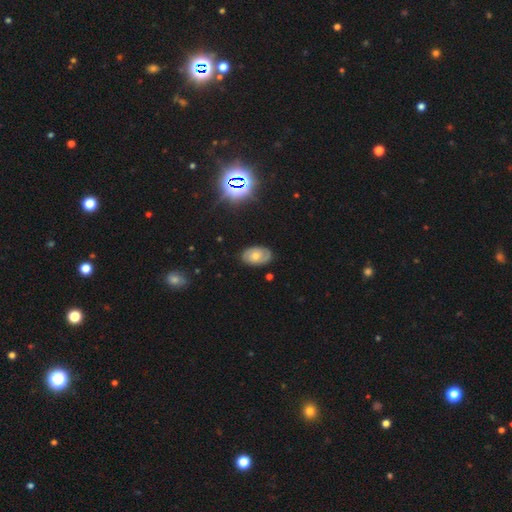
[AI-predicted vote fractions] Smooth or featured?
  - featured or disk: 63% *
  - smooth: 27%
  - star or artifact: 11%
Edge-on disk?
  - no: 95% *
  - yes: 5%
Bar?
  - no: 72% *
  - weak: 23%
  - strong: 4%
Spiral arms?
  - yes: 83% *
  - no: 17%
Bulge size?
  - moderate: 55% *
  - small: 38%
  - large: 3%
  - none: 3%
  - dominant: 1%
Merging?
  - none: 81% *
  - minor disturbance: 14%
  - major disturbance: 3%
  - merger: 1%